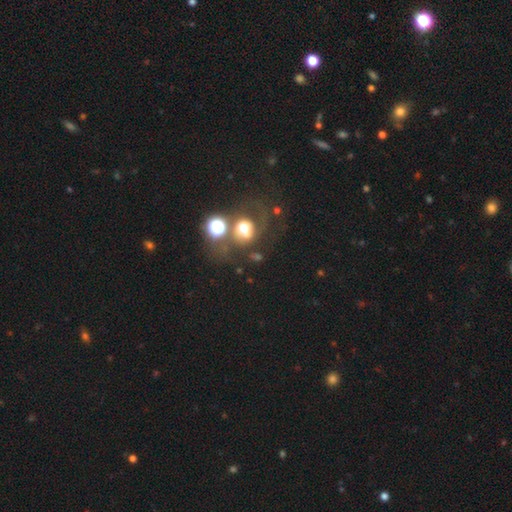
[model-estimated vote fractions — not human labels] Q: Smooth or featured?
A: smooth (39%); runner-up: featured or disk (35%)
Q: Merging?
A: none (48%); runner-up: merger (22%)